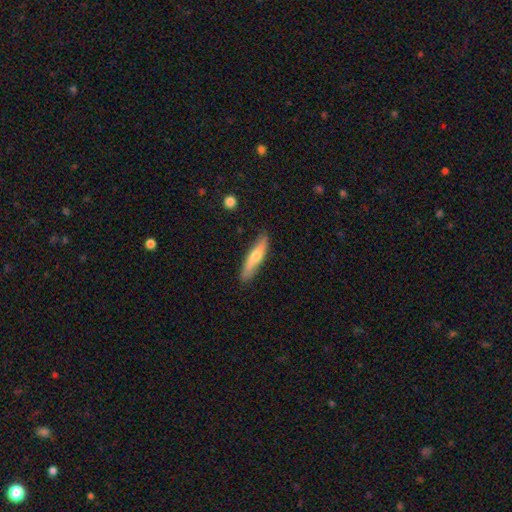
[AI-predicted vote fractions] smooth-or-featured: smooth: 57% | featured or disk: 38% | star or artifact: 5%
  how-rounded: cigar-shaped: 84% | in between: 15% | round: 2%
  merging: none: 84% | minor disturbance: 12% | major disturbance: 2% | merger: 2%